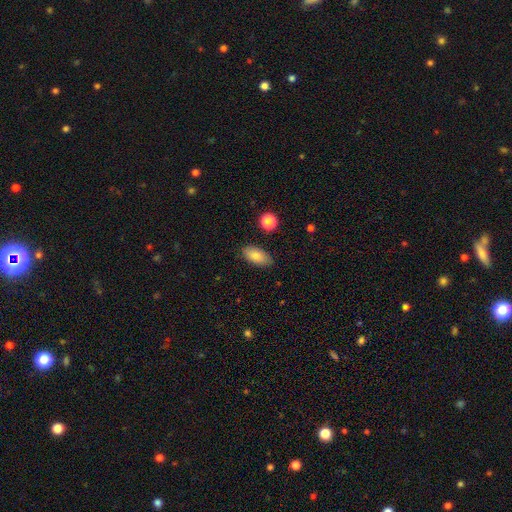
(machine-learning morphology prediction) The model was most divided on "smooth or featured": smooth: 81%, featured or disk: 12%, star or artifact: 8%. More confident: how rounded — in between (91%); merging — none (84%).